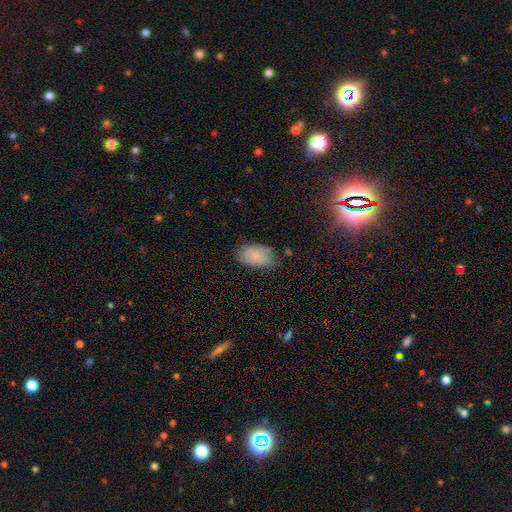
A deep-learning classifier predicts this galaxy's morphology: Smooth or featured?
  - smooth: 80% *
  - featured or disk: 12%
  - star or artifact: 8%
How rounded?
  - in between: 93% *
  - round: 6%
  - cigar-shaped: 2%
Merging?
  - none: 72% *
  - minor disturbance: 22%
  - major disturbance: 5%
  - merger: 2%